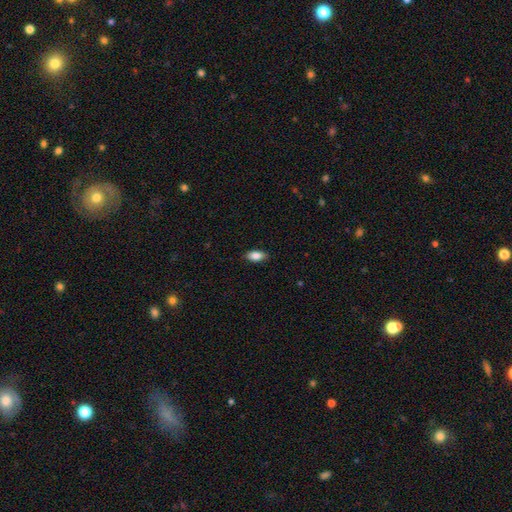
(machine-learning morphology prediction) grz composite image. It shows a smooth galaxy with no disk features (86%) that is in between round and cigar-shaped (89%). Merging: none (87%).